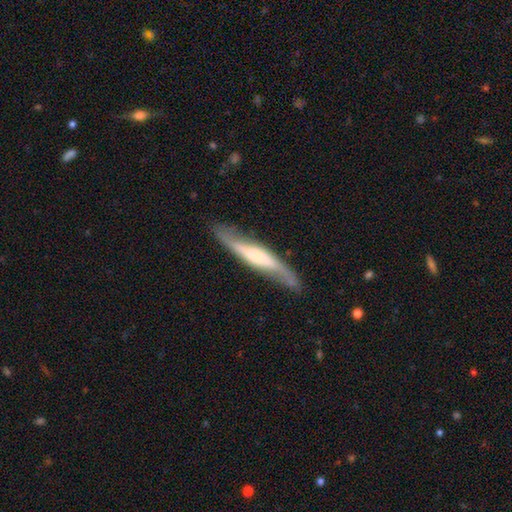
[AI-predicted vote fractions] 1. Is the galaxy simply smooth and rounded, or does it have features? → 73% featured or disk, 20% smooth, 7% star or artifact.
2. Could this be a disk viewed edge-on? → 63% yes, 37% no.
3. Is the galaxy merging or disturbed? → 77% none, 17% minor disturbance, 4% major disturbance, 2% merger.